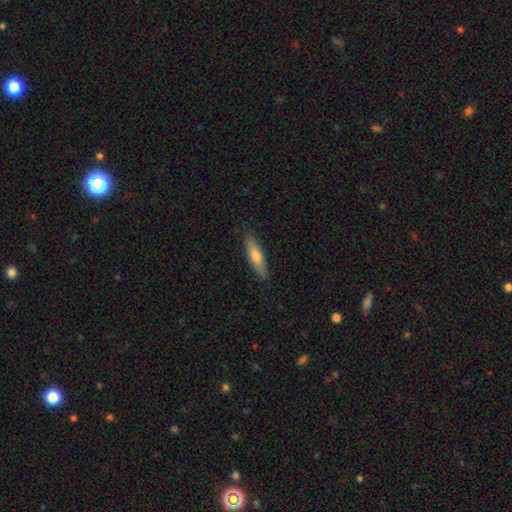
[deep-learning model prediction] This appears to be a smooth galaxy with no disk features (68%) that is cigar-shaped (70%). Merging: none (89%).